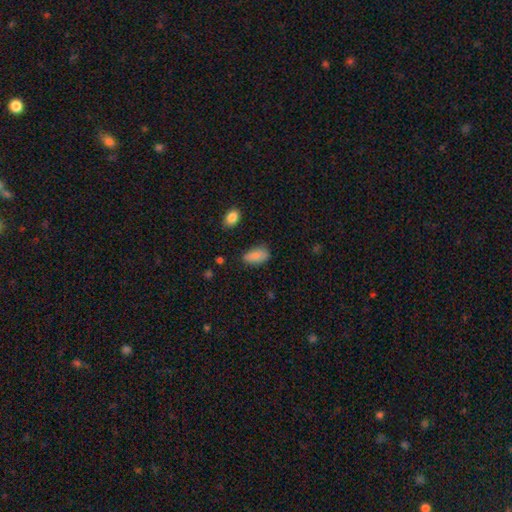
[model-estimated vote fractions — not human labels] Smooth or featured? Predicted: smooth (p=0.85). How rounded? Predicted: in between (p=0.92). Merging? Predicted: none (p=0.70).